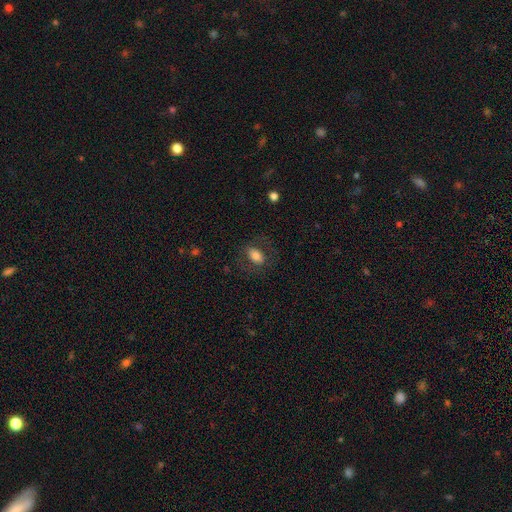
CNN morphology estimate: smooth-or-featured: smooth: 71% | featured or disk: 20% | star or artifact: 8%
  how-rounded: in between: 86% | round: 12% | cigar-shaped: 2%
  merging: none: 75% | minor disturbance: 14% | major disturbance: 11% | merger: 1%